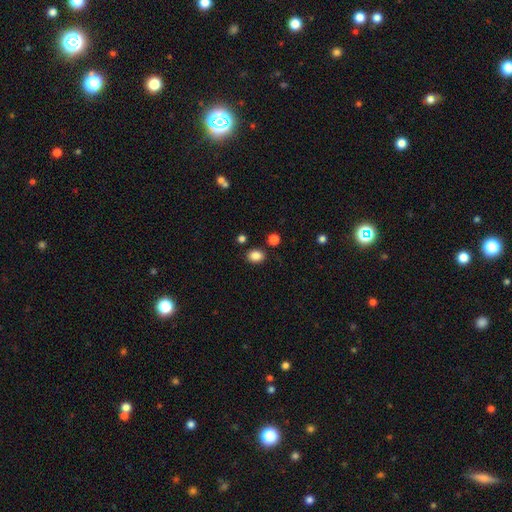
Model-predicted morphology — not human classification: Smooth or featured? Predicted: smooth (p=0.86). How rounded? Predicted: in between (p=0.58). Merging? Predicted: none (p=0.84).